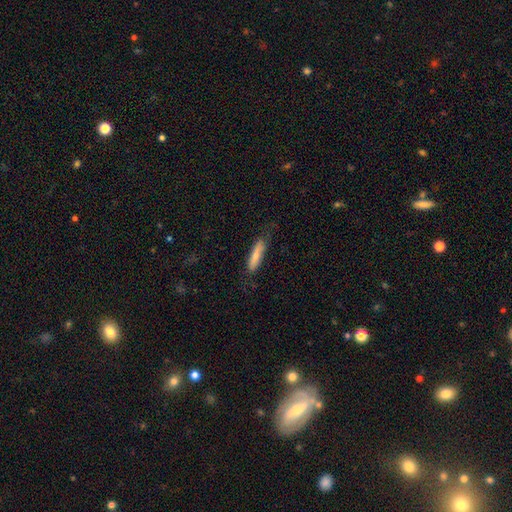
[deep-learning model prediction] Smooth or featured: smooth — 76% (featured or disk — 18%)
How rounded: cigar-shaped — 81% (in between — 18%)
Merging: none — 77% (minor disturbance — 17%)